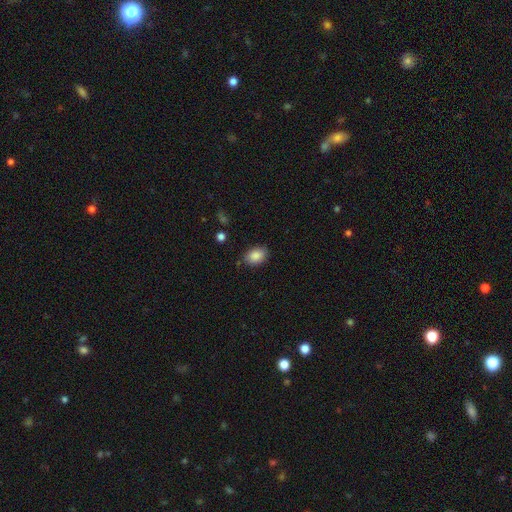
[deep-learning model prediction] Morphology: type=smooth (87%); roundness=in between (78%); merging=none (81%).